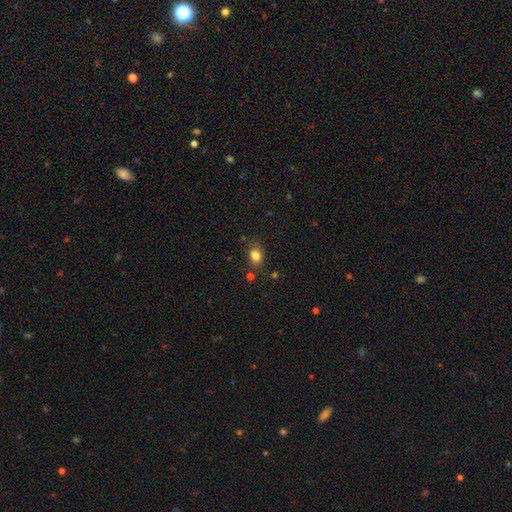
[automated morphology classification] A smooth galaxy with no disk features (81%) that is in between round and cigar-shaped (62%). Merging: none (72%).